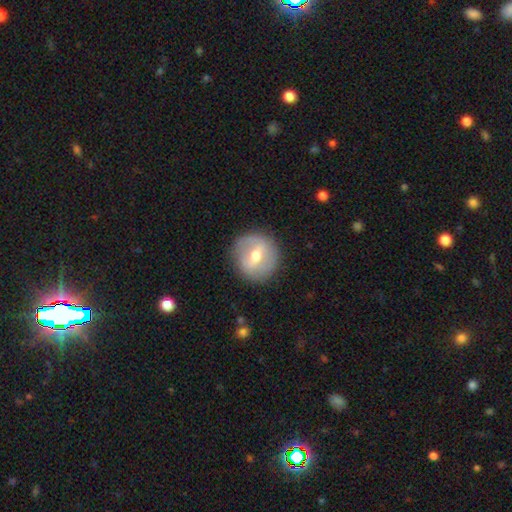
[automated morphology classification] This is possibly a featured or disk galaxy (51%). It is clearly not viewed edge-on (90%). Merging: clearly none (84%).